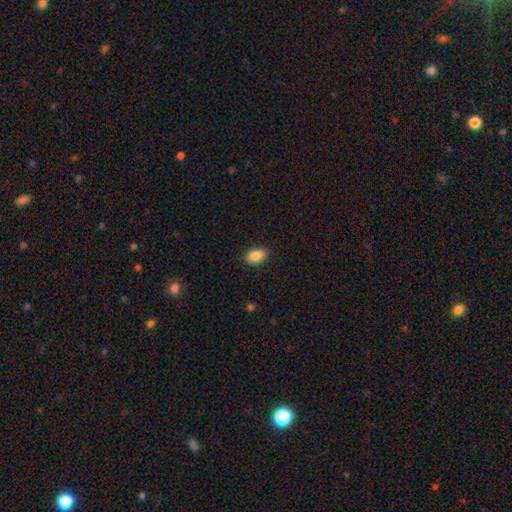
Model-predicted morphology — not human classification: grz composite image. It shows a smooth galaxy with no disk features (89%) that is in between round and cigar-shaped (90%). Merging: none (89%).